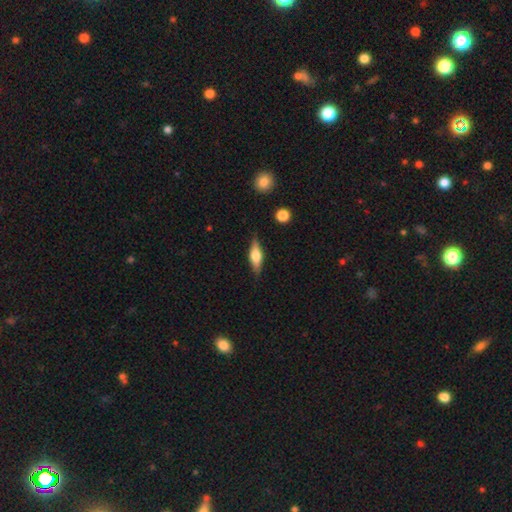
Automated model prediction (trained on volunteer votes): smooth_or_featured: featured or disk (p=0.52) [alt: smooth p=0.42]
disk_edge_on: yes (p=0.93) [alt: no p=0.07]
merging: none (p=0.85) [alt: minor disturbance p=0.11]